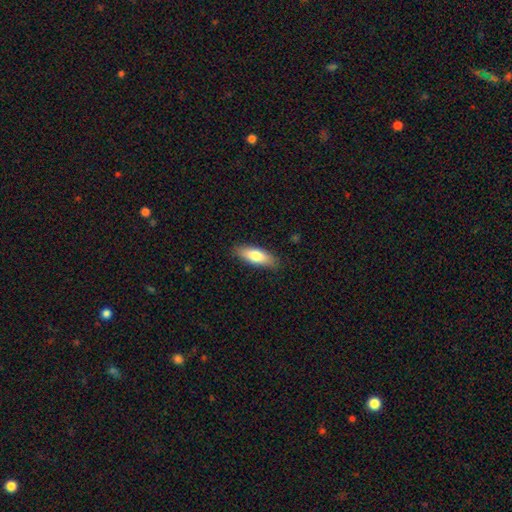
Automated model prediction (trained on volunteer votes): A smooth galaxy with no disk features (77%) that is in between round and cigar-shaped (64%). Merging: none (87%).